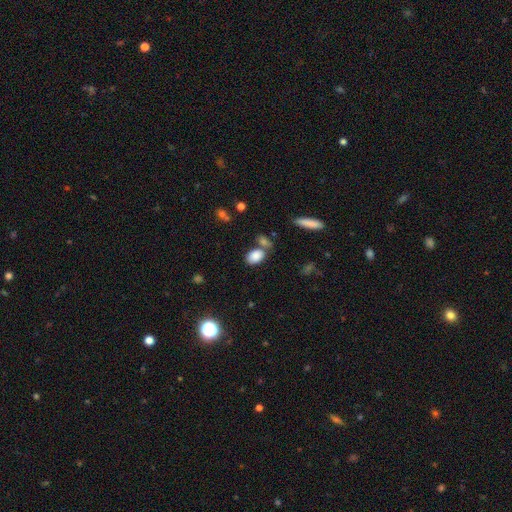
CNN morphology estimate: type=smooth (85%); roundness=in between (87%); merging=none (61%).